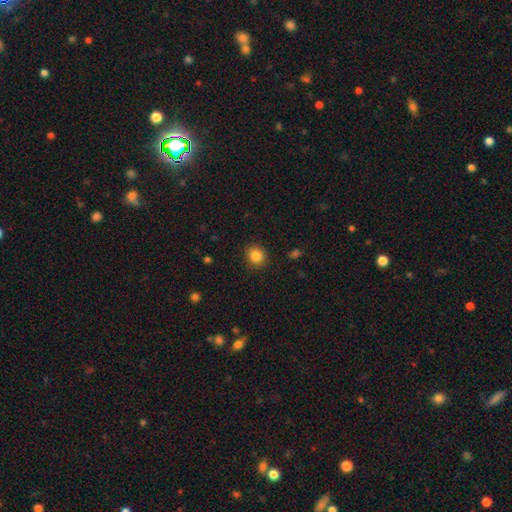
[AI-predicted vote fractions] A smooth galaxy with no disk features (84%) that is round (83%).

Vote fractions:
- Smooth or featured? smooth: 84% / star or artifact: 11% / featured or disk: 5%
- How rounded? round: 83% / in between: 16% / cigar-shaped: 1%
- Merging? none: 90% / minor disturbance: 7% / major disturbance: 2% / merger: 1%